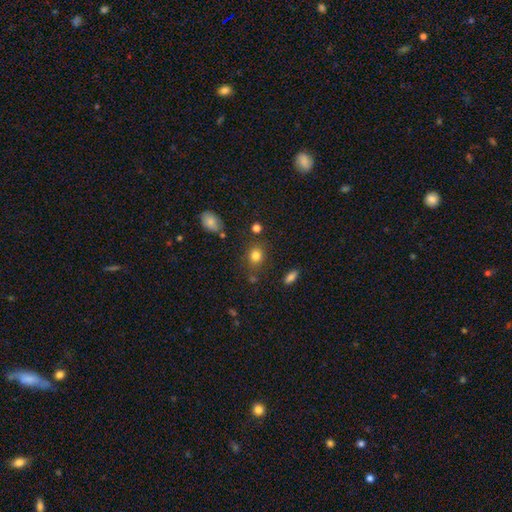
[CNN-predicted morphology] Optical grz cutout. It shows a smooth galaxy with no disk features (81%) that is round (56%). Merging: none (75%).